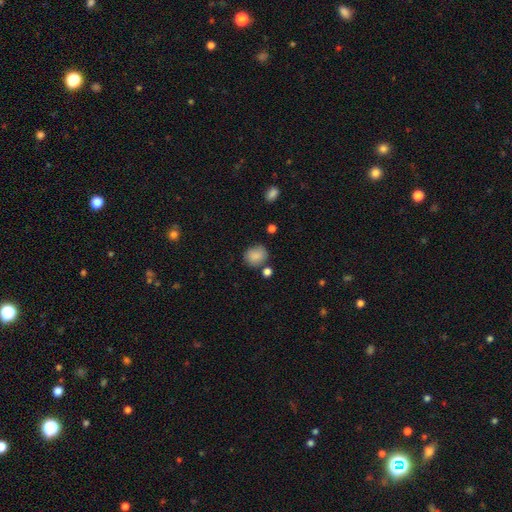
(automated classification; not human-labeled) This appears to be a smooth galaxy with no disk features (86%) that is round (73%). Merging: none (72%).